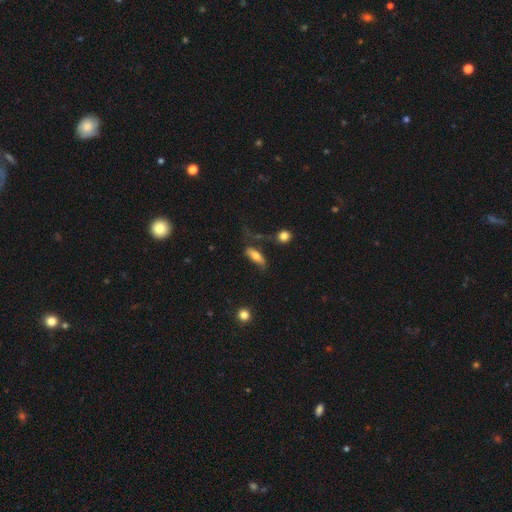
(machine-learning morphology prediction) Smooth or featured? Predicted: smooth (p=0.66). How rounded? Predicted: in between (p=0.60). Merging? Predicted: none (p=0.53).